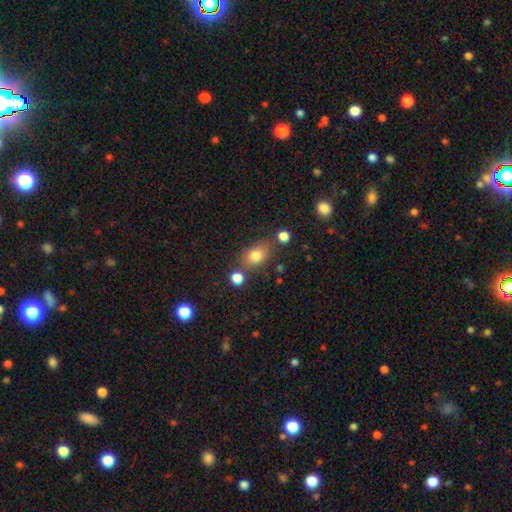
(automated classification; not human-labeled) Smooth or featured? Predicted: smooth (p=0.80). How rounded? Predicted: in between (p=0.70). Merging? Predicted: none (p=0.68).